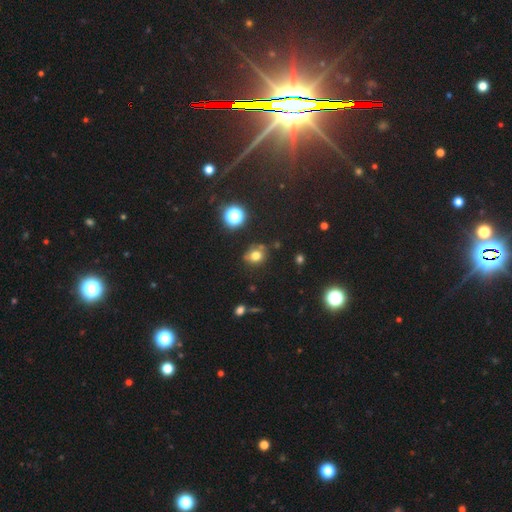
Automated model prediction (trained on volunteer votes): Overall: smooth (72%). How rounded: round (66%; in between 33%). Merging: none (70%).